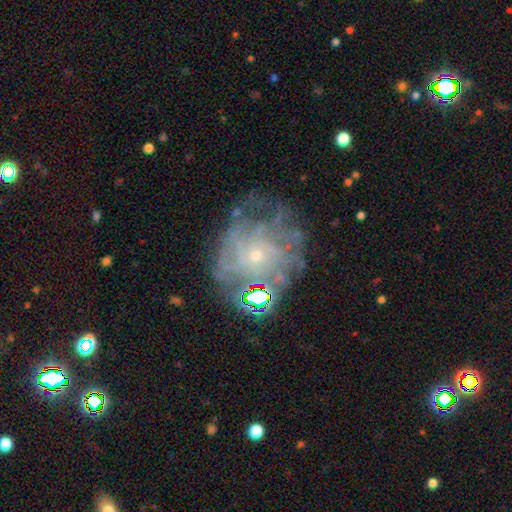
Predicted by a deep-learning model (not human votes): smooth_or_featured: featured or disk (p=0.75) [alt: star or artifact p=0.13]
disk_edge_on: no (p=0.97) [alt: yes p=0.03]
bar: no (p=0.80) [alt: weak p=0.16]
has_spiral_arms: yes (p=0.83) [alt: no p=0.17]
spiral_winding: tight (p=0.60) [alt: medium p=0.29]
spiral_arm_count: can't tell (p=0.48) [alt: 4 p=0.15]
bulge_size: small (p=0.67) [alt: moderate p=0.27]
merging: none (p=0.51) [alt: major disturbance p=0.22]